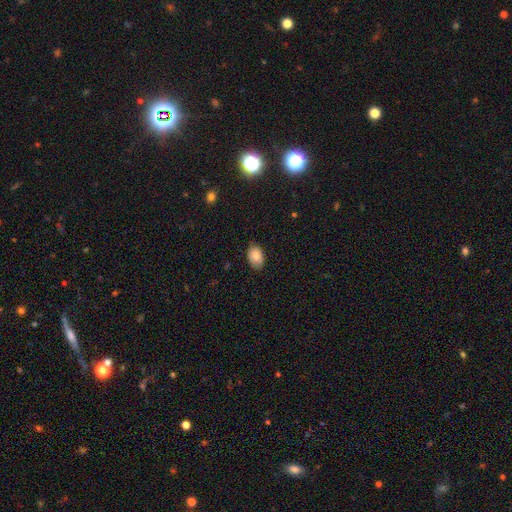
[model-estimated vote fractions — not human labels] smooth_or_featured: smooth (p=0.85) [alt: featured or disk p=0.08]
how_rounded: in between (p=0.86) [alt: round p=0.13]
merging: none (p=0.81) [alt: minor disturbance p=0.15]